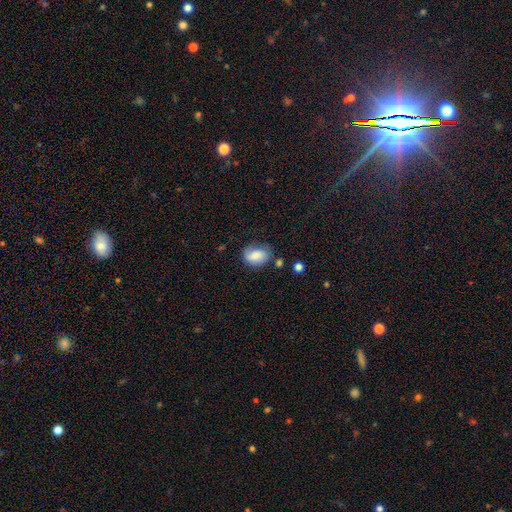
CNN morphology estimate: This appears to be a smooth galaxy with no disk features (77%) that is in between round and cigar-shaped (75%). Merging: none (60%).